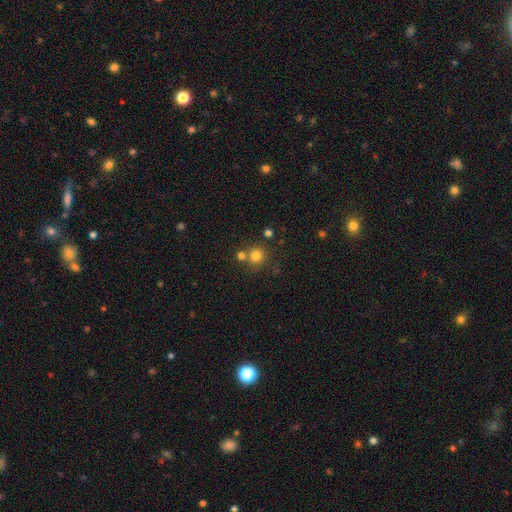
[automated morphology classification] Smooth or featured? smooth (78%)
How rounded? round (91%)
Merging? none (65%)